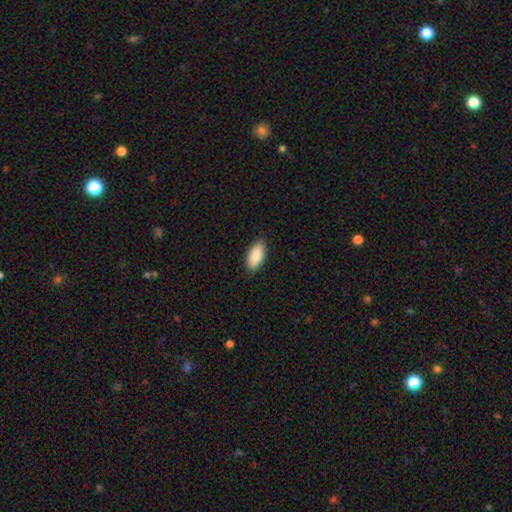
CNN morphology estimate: Smooth or featured? Predicted: smooth (p=0.89). How rounded? Predicted: in between (p=0.90). Merging? Predicted: none (p=0.87).